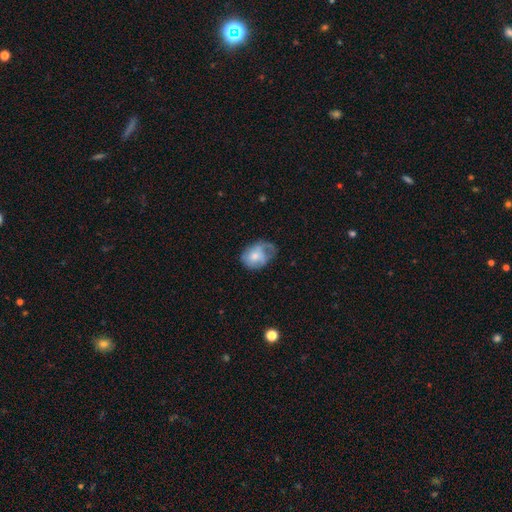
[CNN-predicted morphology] The model was most divided on "merging": minor disturbance: 35%, major disturbance: 33%, none: 29%, merger: 2%. More confident: how rounded — in between (63%); smooth or featured — smooth (60%).